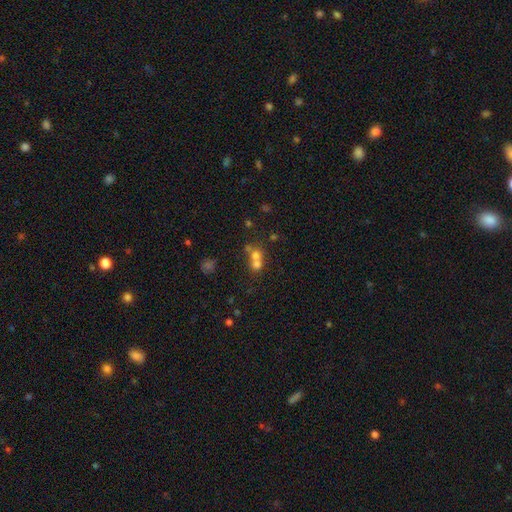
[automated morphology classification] Overall: smooth (65%). How rounded: round (77%). Merging: merger (63%; none 29%).